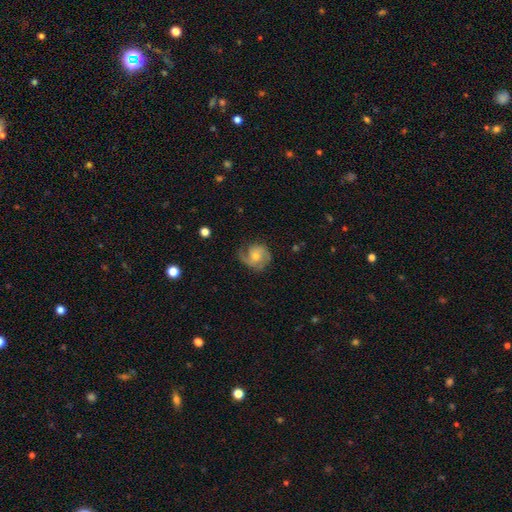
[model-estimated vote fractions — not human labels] Smooth or featured: featured or disk — 73% (smooth — 20%)
Edge-on disk: no — 98% (yes — 2%)
Bar: no — 67% (weak — 28%)
Spiral arms: yes — 93% (no — 7%)
Spiral winding: medium — 44% (tight — 34%)
Spiral arm count: 2 — 62% (1 — 21%)
Bulge size: moderate — 57% (small — 36%)
Merging: none — 64% (minor disturbance — 22%)